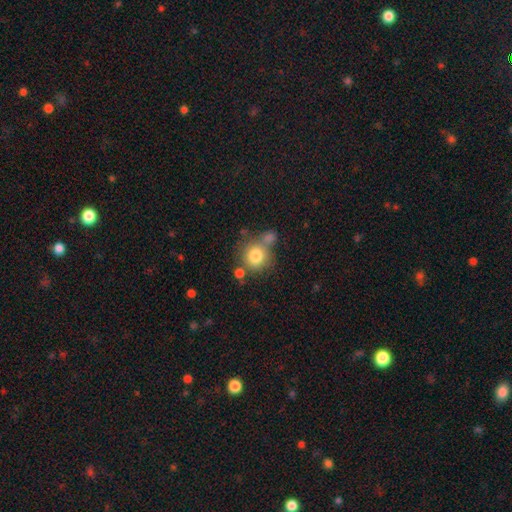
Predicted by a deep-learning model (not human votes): Smooth or featured: smooth — 79% (star or artifact — 10%)
How rounded: round — 87% (in between — 12%)
Merging: none — 60% (merger — 22%)